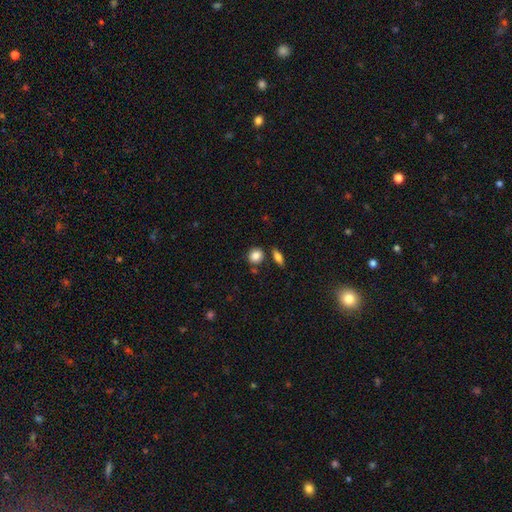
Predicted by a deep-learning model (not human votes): Smooth or featured? smooth (85%)
How rounded? round (74%)
Merging? none (77%)